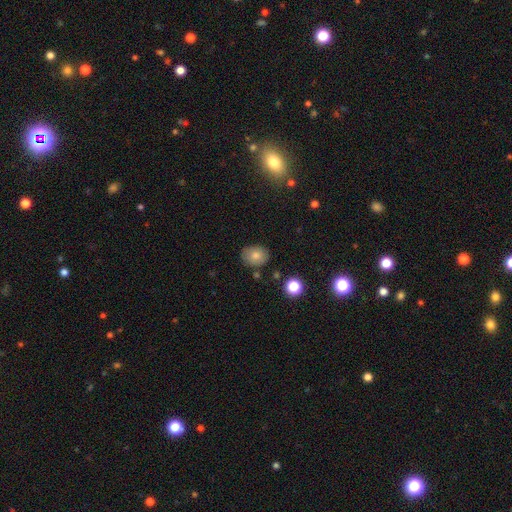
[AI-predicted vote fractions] smooth_or_featured: smooth (p=0.75) [alt: featured or disk p=0.14]
how_rounded: in between (p=0.54) [alt: round p=0.45]
merging: none (p=0.80) [alt: minor disturbance p=0.14]